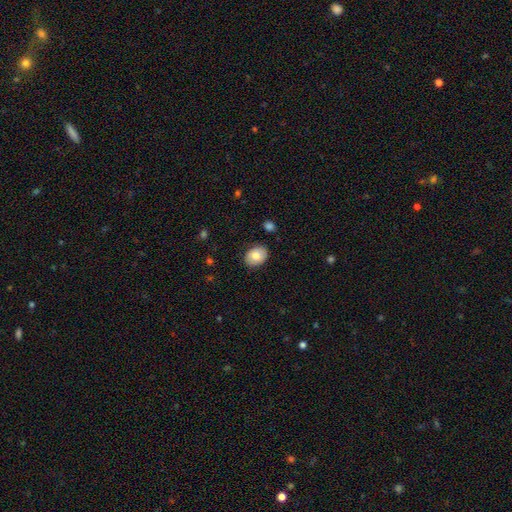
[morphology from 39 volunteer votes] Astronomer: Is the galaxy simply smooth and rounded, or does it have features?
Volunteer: smooth — 77%.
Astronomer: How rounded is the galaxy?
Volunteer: in between — 73%.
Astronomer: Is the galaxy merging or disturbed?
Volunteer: none — 87%.